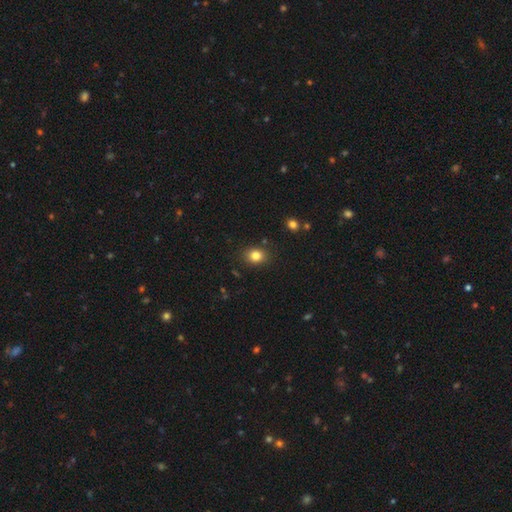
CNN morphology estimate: Overall: smooth (83%). How rounded: round (58%; in between 41%). Merging: none (86%).